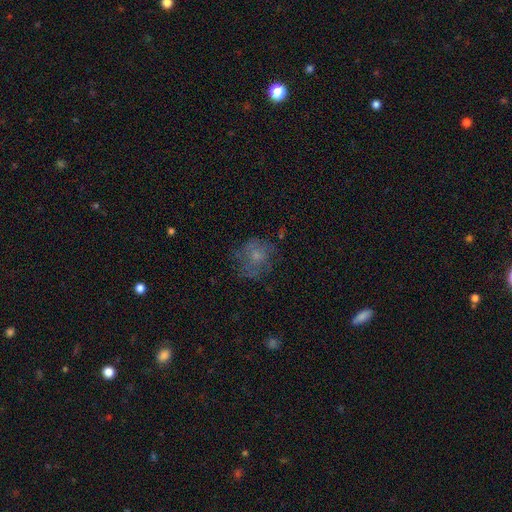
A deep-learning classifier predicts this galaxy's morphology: Overall: smooth (53%; featured or disk 33%). How rounded: round (74%). Merging: none (60%; minor disturbance 22%).